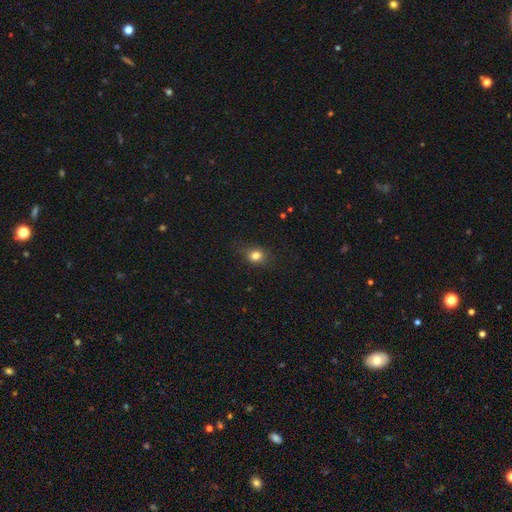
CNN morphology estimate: Overall: smooth (81%). How rounded: round (66%; in between 33%). Merging: none (82%).